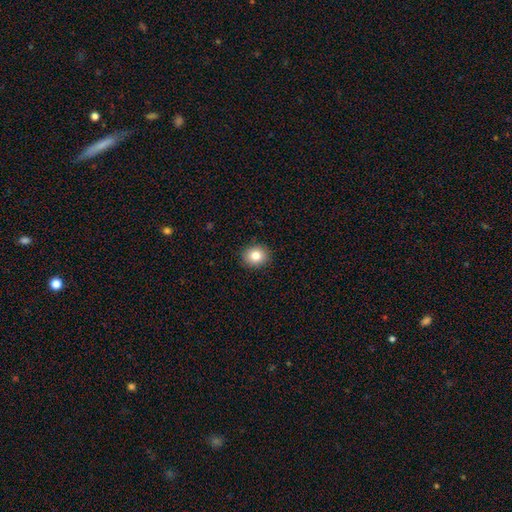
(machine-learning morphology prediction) Overall: smooth (81%). How rounded: round (76%). Merging: none (90%).